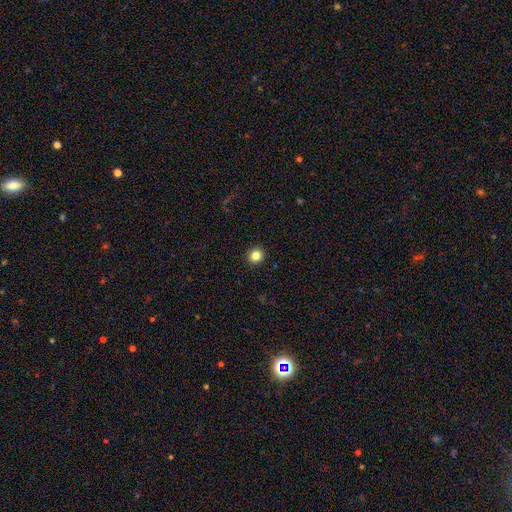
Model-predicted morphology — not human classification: Q: Smooth or featured?
A: smooth (83%); runner-up: star or artifact (12%)
Q: How rounded?
A: round (93%); runner-up: in between (6%)
Q: Merging?
A: none (93%); runner-up: minor disturbance (4%)